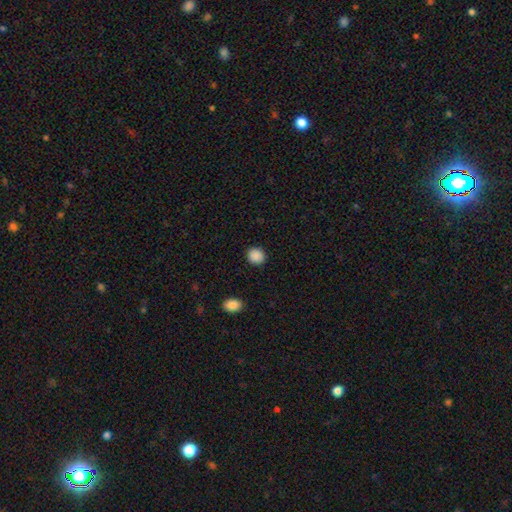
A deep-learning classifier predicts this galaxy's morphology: This appears to be a smooth galaxy with no disk features (89%) that is round (84%). Merging: none (91%).